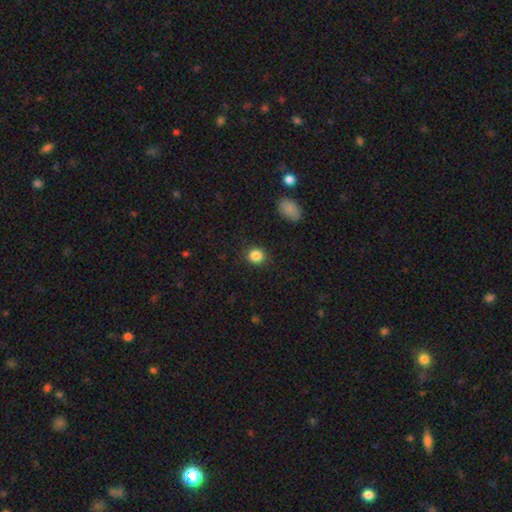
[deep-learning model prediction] A smooth galaxy with no disk features (85%) that is round (83%).

Vote fractions:
- Smooth or featured? smooth: 85% / star or artifact: 11% / featured or disk: 4%
- How rounded? round: 83% / in between: 16% / cigar-shaped: 1%
- Merging? none: 88% / minor disturbance: 8% / major disturbance: 3% / merger: 1%